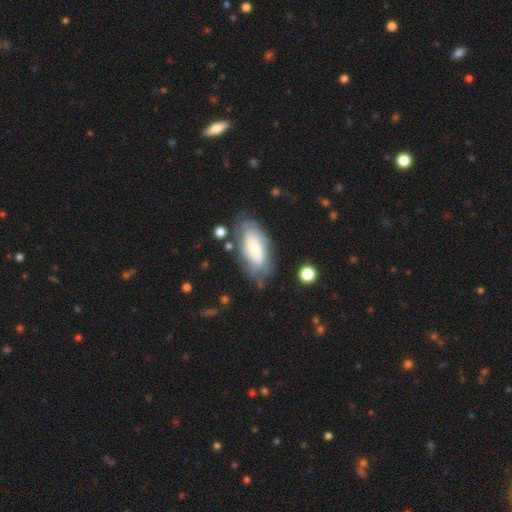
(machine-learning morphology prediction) Smooth or featured: featured or disk — 64% (smooth — 30%)
Edge-on disk: no — 92% (yes — 8%)
Bar: no — 65% (weak — 28%)
Spiral arms: yes — 87% (no — 13%)
Spiral winding: tight — 54% (medium — 33%)
Spiral arm count: can't tell — 49% (2 — 26%)
Bulge size: small — 48% (moderate — 36%)
Merging: none — 64% (minor disturbance — 22%)